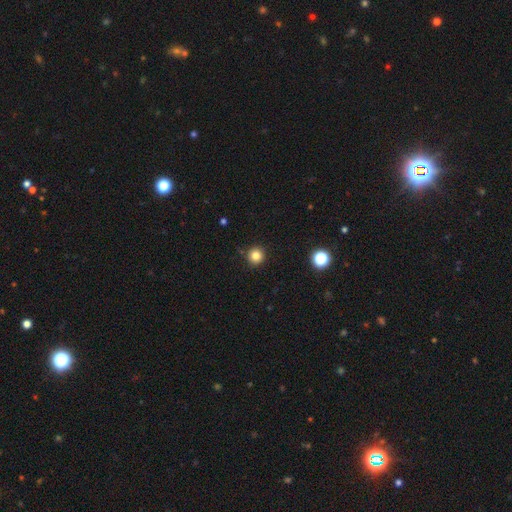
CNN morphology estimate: Smooth or featured? Predicted: smooth (p=0.82). How rounded? Predicted: round (p=0.95). Merging? Predicted: none (p=0.91).